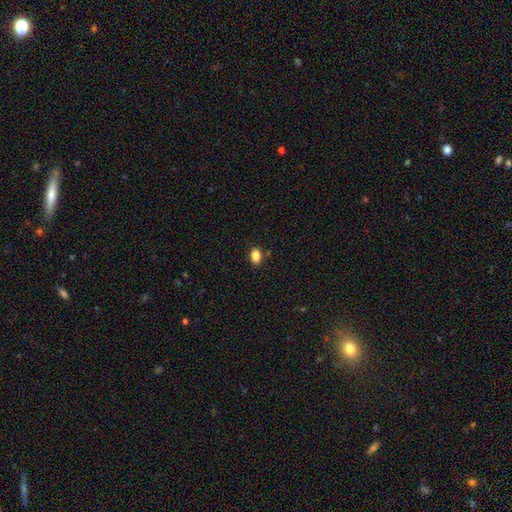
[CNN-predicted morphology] A smooth galaxy with no disk features (86%) that is in between round and cigar-shaped (80%).

Vote fractions:
- Smooth or featured? smooth: 86% / star or artifact: 9% / featured or disk: 4%
- How rounded? in between: 80% / round: 19% / cigar-shaped: 1%
- Merging? none: 85% / minor disturbance: 9% / merger: 3% / major disturbance: 2%